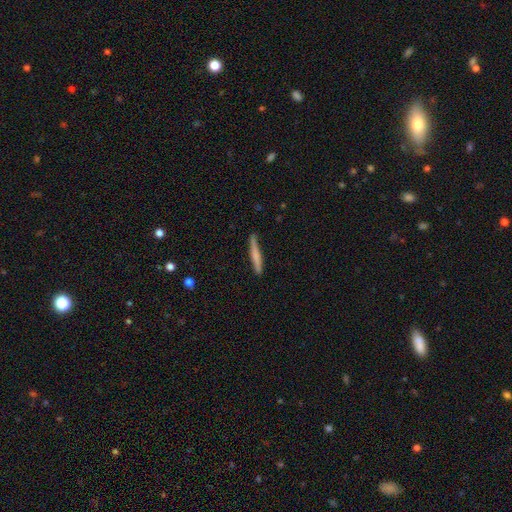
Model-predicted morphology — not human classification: A smooth galaxy with no disk features (62%) that is cigar-shaped (95%).

Vote fractions:
- Smooth or featured? smooth: 62% / featured or disk: 33% / star or artifact: 6%
- How rounded? cigar-shaped: 95% / in between: 4% / round: 1%
- Merging? none: 86% / minor disturbance: 11% / major disturbance: 2% / merger: 2%